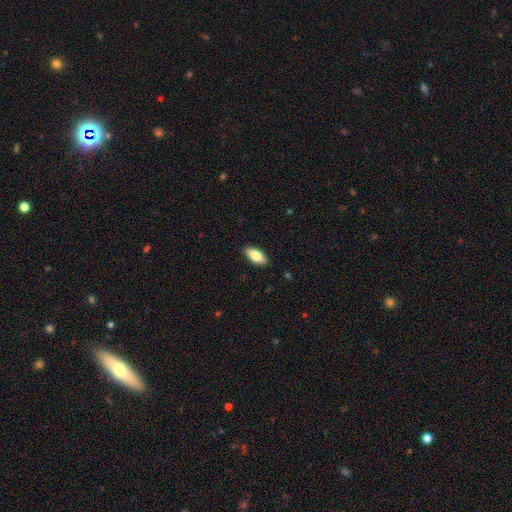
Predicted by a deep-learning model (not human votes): smooth-or-featured: smooth: 81% | featured or disk: 13% | star or artifact: 6%
  how-rounded: in between: 88% | cigar-shaped: 10% | round: 2%
  merging: none: 89% | minor disturbance: 8% | major disturbance: 2% | merger: 1%